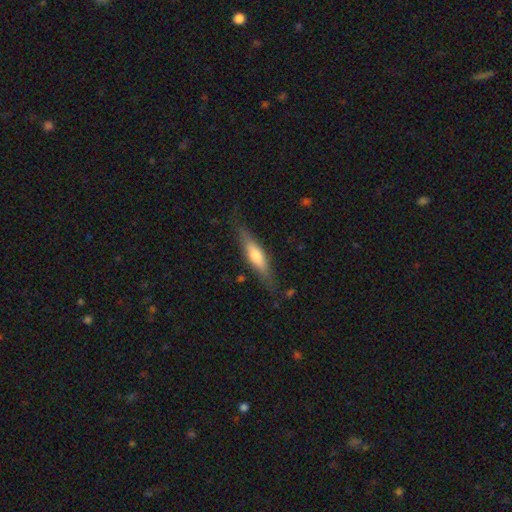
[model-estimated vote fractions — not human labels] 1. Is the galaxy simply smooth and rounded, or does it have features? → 49% smooth, 45% featured or disk, 6% star or artifact.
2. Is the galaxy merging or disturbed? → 80% none, 15% minor disturbance, 4% major disturbance, 2% merger.